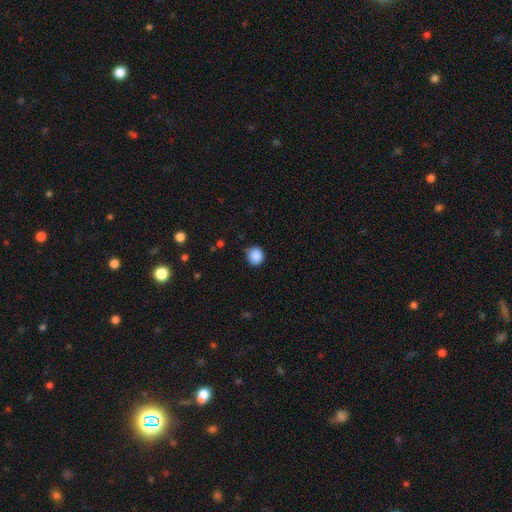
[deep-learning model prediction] A smooth galaxy with no disk features (88%) that is round (90%). Merging: none (82%).